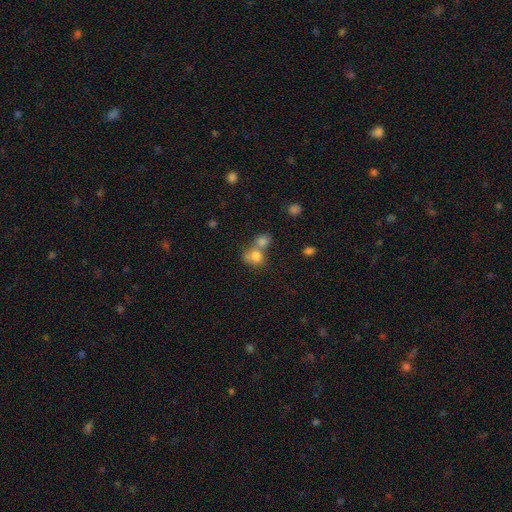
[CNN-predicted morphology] type=smooth (78%); roundness=round (59%); merging=merger (59%).